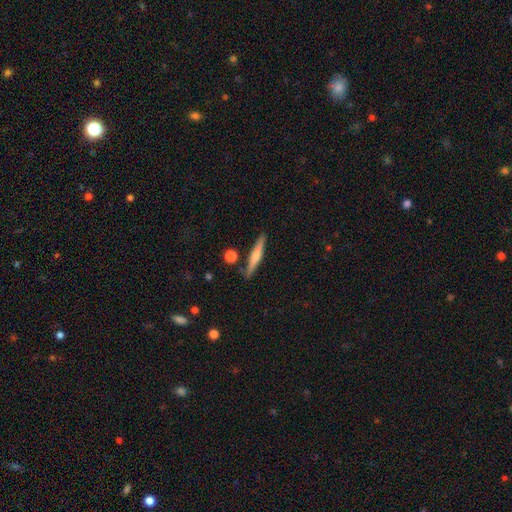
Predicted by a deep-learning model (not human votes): Smooth or featured? smooth (49%)
Merging? none (85%)